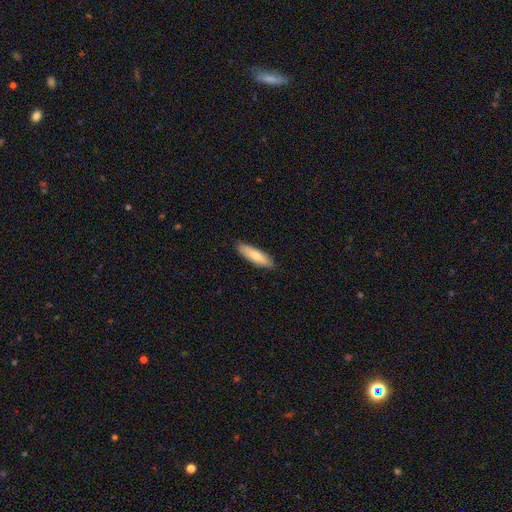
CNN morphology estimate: A smooth galaxy with no disk features (75%) that is cigar-shaped (61%). Merging: none (87%).